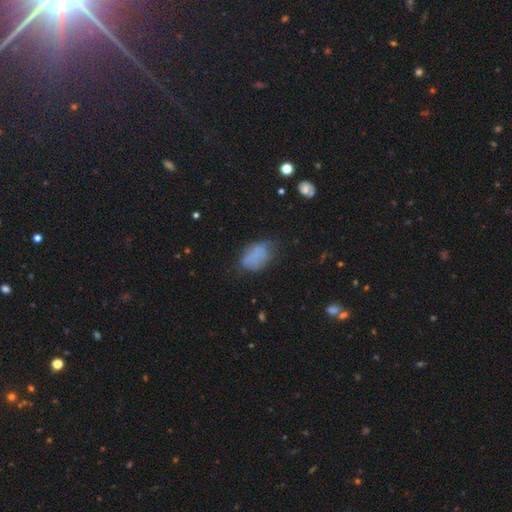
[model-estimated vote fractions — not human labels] Smooth or featured?
  - smooth: 74% *
  - featured or disk: 14%
  - star or artifact: 12%
How rounded?
  - in between: 87% *
  - round: 12%
  - cigar-shaped: 2%
Merging?
  - none: 52% *
  - minor disturbance: 32%
  - major disturbance: 14%
  - merger: 2%